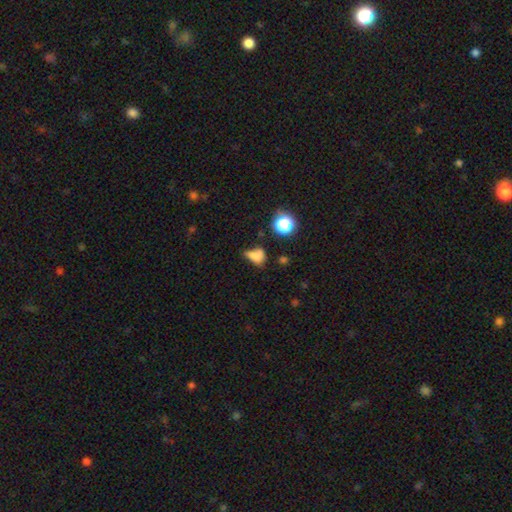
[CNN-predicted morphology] Smooth or featured: smooth — 66% (star or artifact — 18%)
How rounded: in between — 69% (round — 28%)
Merging: minor disturbance — 31% (none — 30%)